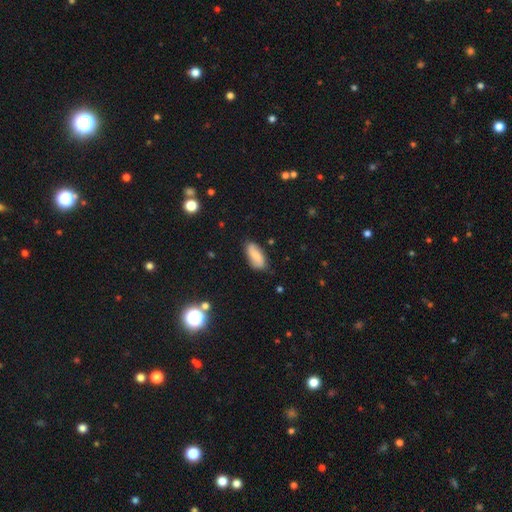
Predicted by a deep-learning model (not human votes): This appears to be a smooth galaxy with no disk features (71%) that is in between round and cigar-shaped (83%). Merging: none (77%).